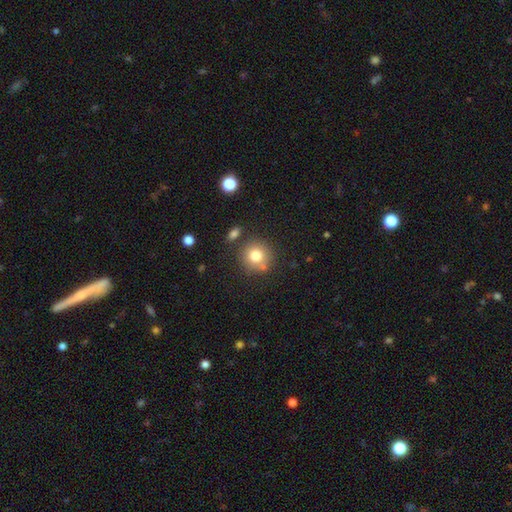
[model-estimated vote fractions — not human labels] Smooth or featured?
  - smooth: 78% *
  - featured or disk: 11%
  - star or artifact: 11%
How rounded?
  - round: 91% *
  - in between: 8%
  - cigar-shaped: 1%
Merging?
  - none: 74% *
  - merger: 11%
  - minor disturbance: 11%
  - major disturbance: 4%